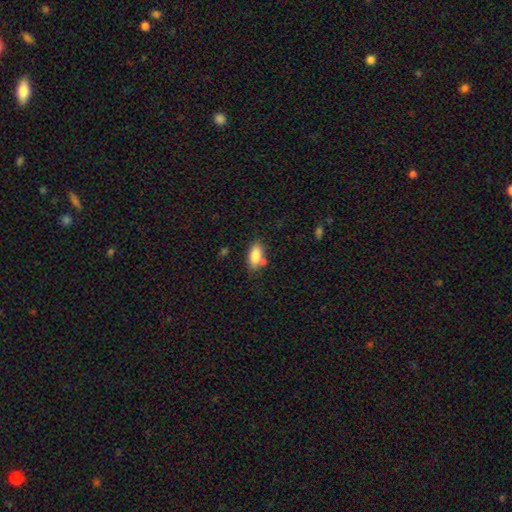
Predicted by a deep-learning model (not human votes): A smooth galaxy with no disk features (84%) that is in between round and cigar-shaped (87%). Merging: none (68%).